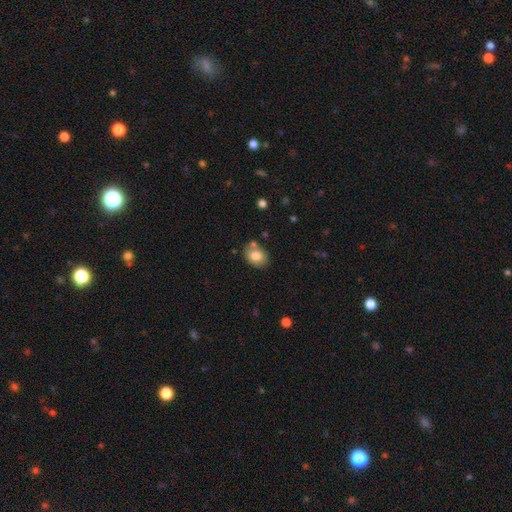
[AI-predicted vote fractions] Smooth or featured?
  - smooth: 79% *
  - featured or disk: 12%
  - star or artifact: 8%
How rounded?
  - in between: 64% *
  - round: 35%
  - cigar-shaped: 1%
Merging?
  - none: 69% *
  - minor disturbance: 15%
  - merger: 12%
  - major disturbance: 4%